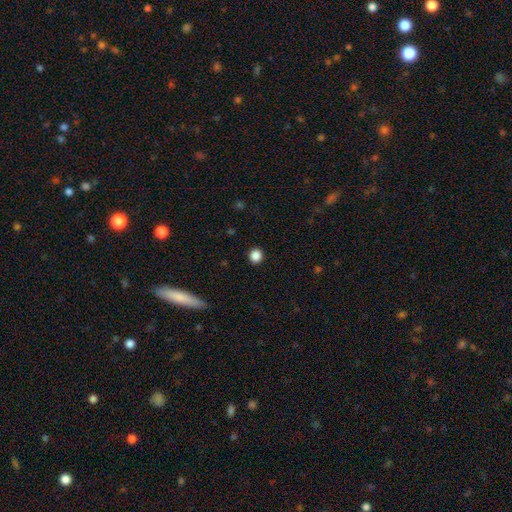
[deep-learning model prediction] Overall: smooth (86%). How rounded: round (87%). Merging: none (92%).